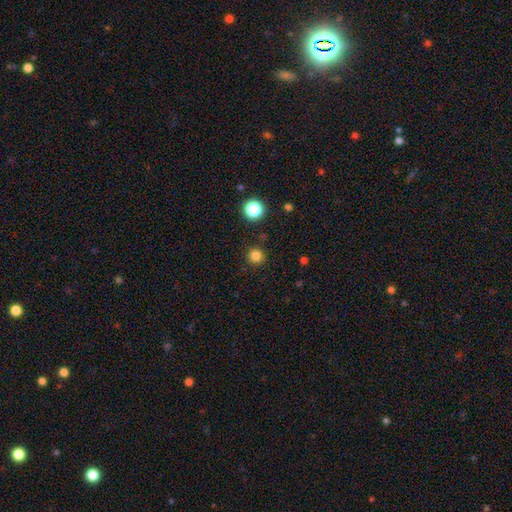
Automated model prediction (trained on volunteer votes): Smooth or featured? smooth (81%)
How rounded? round (95%)
Merging? none (89%)